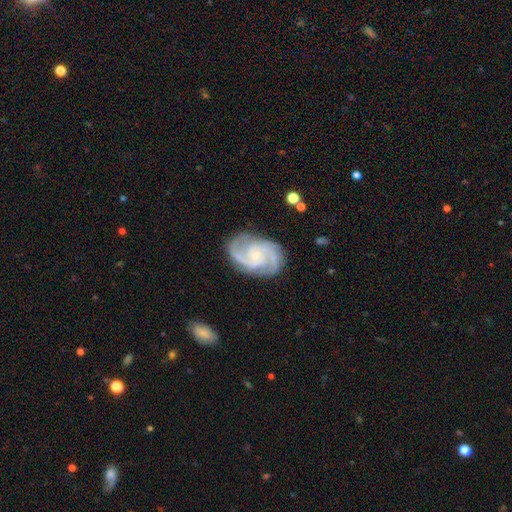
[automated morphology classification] type=featured or disk (91%); edge-on=no (98%); bar=no (63%); spiral arms=yes (98%); winding=medium (49%); arm count=3 (41%); bulge=small (77%); merging=none (80%).